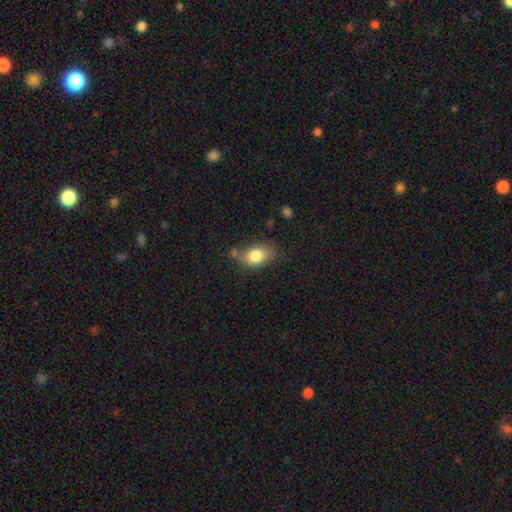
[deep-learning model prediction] A smooth galaxy with no disk features (81%) that is in between round and cigar-shaped (79%). Merging: none (61%).